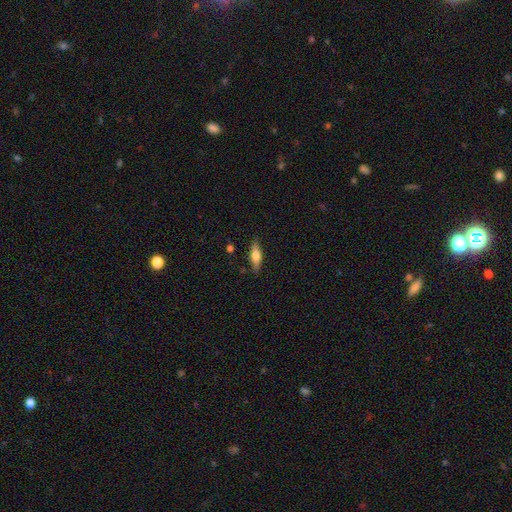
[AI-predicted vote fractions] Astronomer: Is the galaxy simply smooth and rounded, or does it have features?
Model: smooth — 53% (runner-up: featured or disk, 40%).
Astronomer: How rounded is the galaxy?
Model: cigar-shaped — 53% (runner-up: in between, 44%).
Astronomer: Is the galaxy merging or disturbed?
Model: none — 85%.